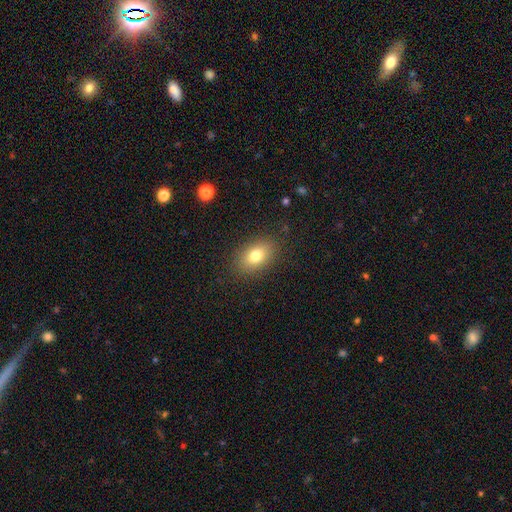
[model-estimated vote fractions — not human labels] Smooth or featured? smooth (77%)
How rounded? in between (84%)
Merging? none (86%)